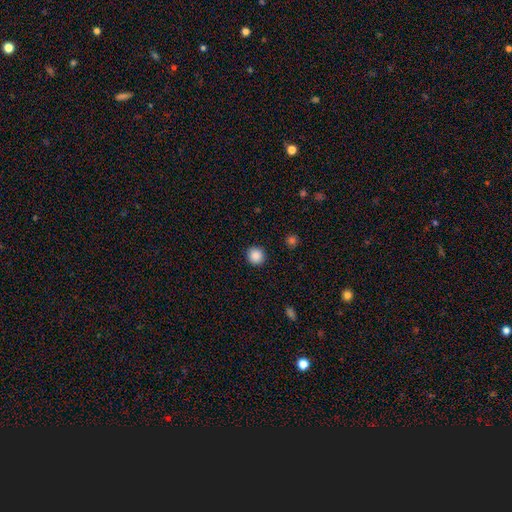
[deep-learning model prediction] Smooth or featured: smooth — 88% (star or artifact — 10%)
How rounded: round — 94% (in between — 5%)
Merging: none — 92% (minor disturbance — 5%)